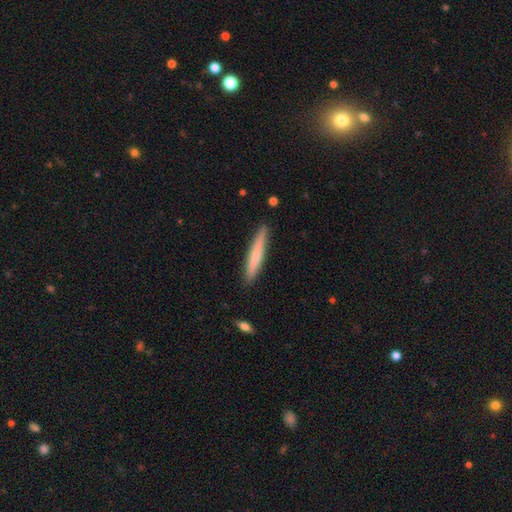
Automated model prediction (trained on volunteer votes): This is likely a smooth galaxy (68%). How rounded: clearly cigar-shaped (95%). Merging: clearly none (90%).